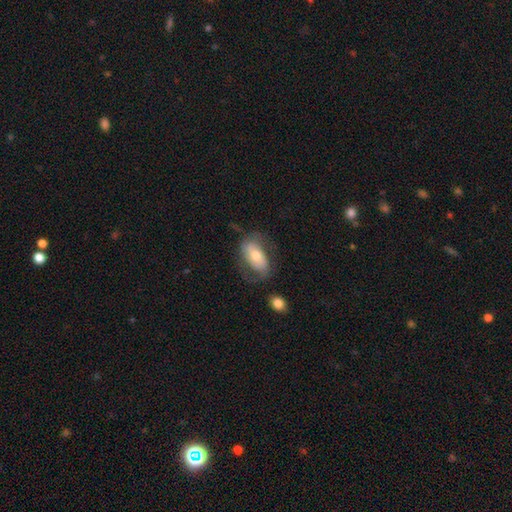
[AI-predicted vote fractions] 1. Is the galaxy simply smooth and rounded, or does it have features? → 50% featured or disk, 42% smooth, 8% star or artifact.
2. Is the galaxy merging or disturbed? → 57% none, 22% minor disturbance, 18% major disturbance, 3% merger.